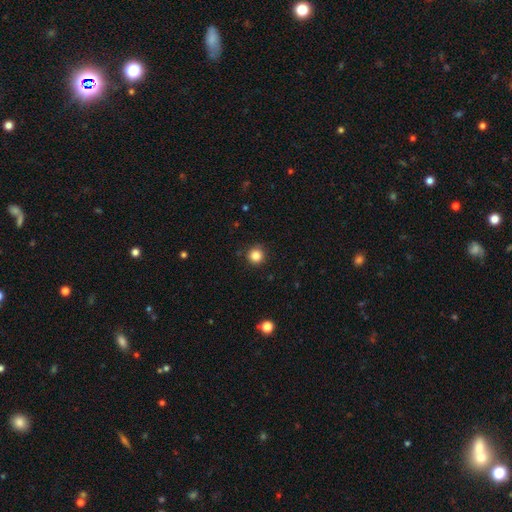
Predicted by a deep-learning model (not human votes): Smooth or featured: smooth — 84% (star or artifact — 12%)
How rounded: round — 95% (in between — 4%)
Merging: none — 90% (minor disturbance — 7%)